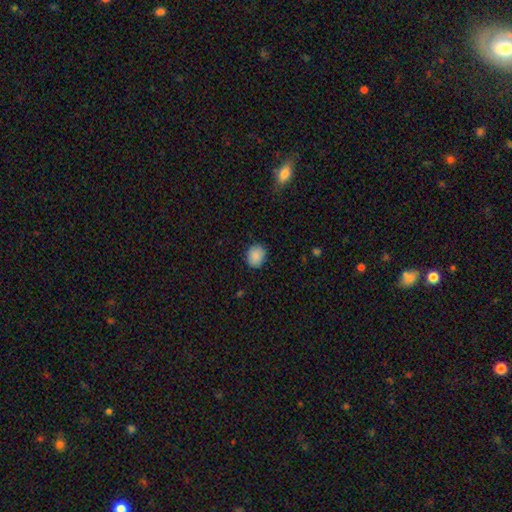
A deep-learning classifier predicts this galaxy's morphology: type=smooth (88%); roundness=round (61%); merging=none (87%).